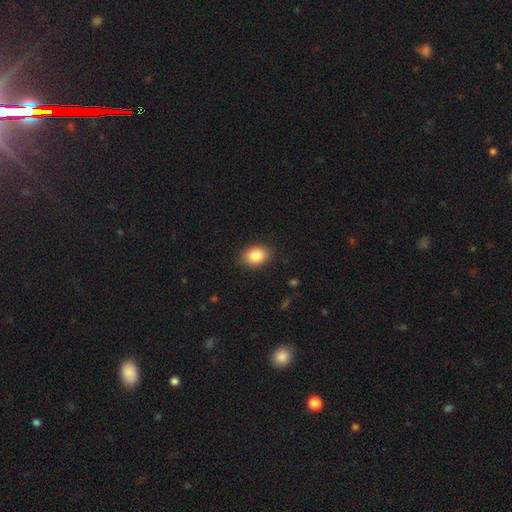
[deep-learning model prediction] smooth-or-featured: smooth: 85% | star or artifact: 8% | featured or disk: 8%
  how-rounded: in between: 75% | round: 24% | cigar-shaped: 1%
  merging: none: 87% | minor disturbance: 10% | major disturbance: 2% | merger: 1%